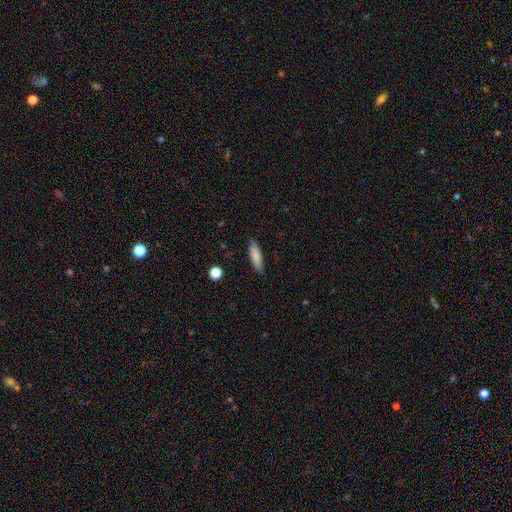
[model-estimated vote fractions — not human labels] A smooth galaxy with no disk features (82%) that is in between round and cigar-shaped (50%). Merging: none (83%).